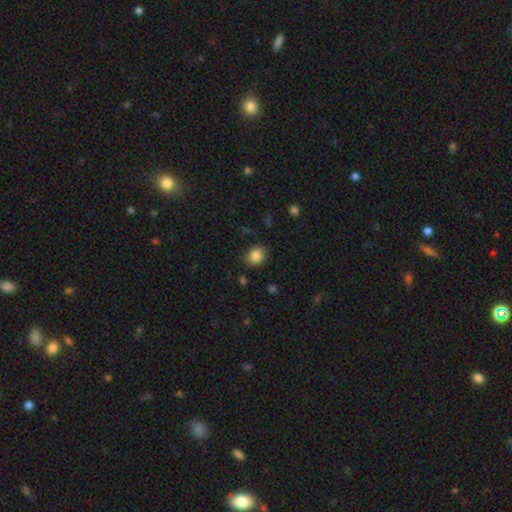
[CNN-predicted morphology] smooth_or_featured: smooth (p=0.85) [alt: star or artifact p=0.10]
how_rounded: round (p=0.63) [alt: in between p=0.37]
merging: none (p=0.83) [alt: minor disturbance p=0.12]